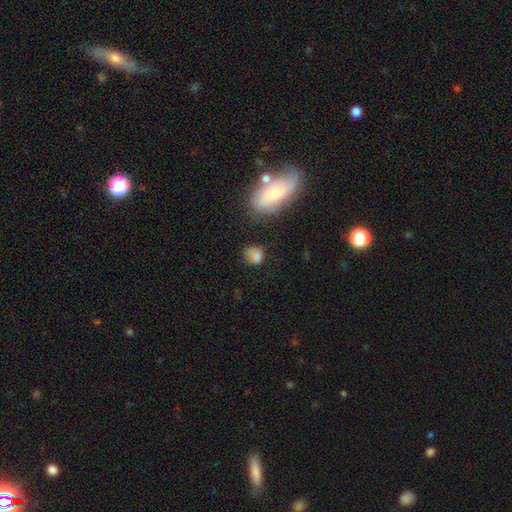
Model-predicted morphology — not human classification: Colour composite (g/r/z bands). It shows a smooth galaxy with no disk features (80%) that is round (59%). Merging: none (58%).